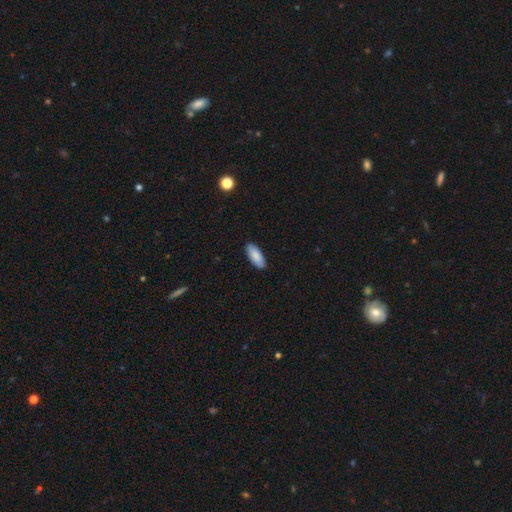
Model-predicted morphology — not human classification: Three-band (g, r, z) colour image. It shows a smooth galaxy with no disk features (88%) that is in between round and cigar-shaped (83%). Merging: none (89%).